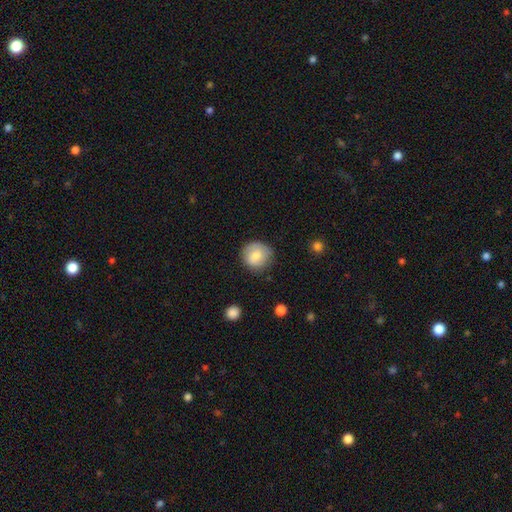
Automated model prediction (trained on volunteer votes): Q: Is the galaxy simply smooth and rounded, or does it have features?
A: smooth — 76%.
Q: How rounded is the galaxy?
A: round — 89%.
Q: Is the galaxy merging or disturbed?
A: none — 77%.